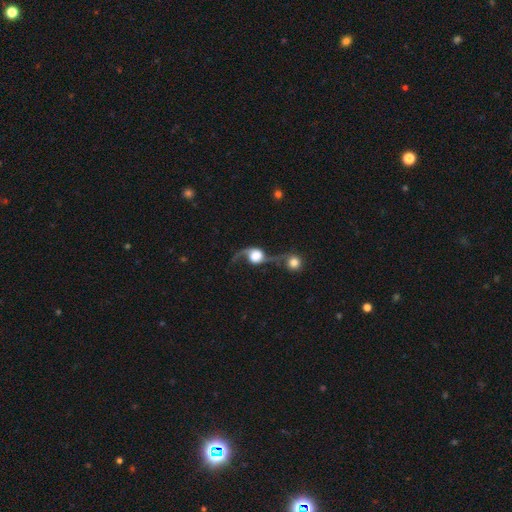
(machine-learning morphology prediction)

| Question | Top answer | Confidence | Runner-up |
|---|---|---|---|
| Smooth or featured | featured or disk | 74% | smooth (18%) |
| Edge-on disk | no | 90% | yes (10%) |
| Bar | no | 70% | weak (23%) |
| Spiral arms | yes | 90% | no (10%) |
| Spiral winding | loose | 89% | medium (8%) |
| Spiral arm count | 2 | 83% | 1 (12%) |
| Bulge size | large | 49% | dominant (30%) |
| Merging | merger | 33% | none (32%) |